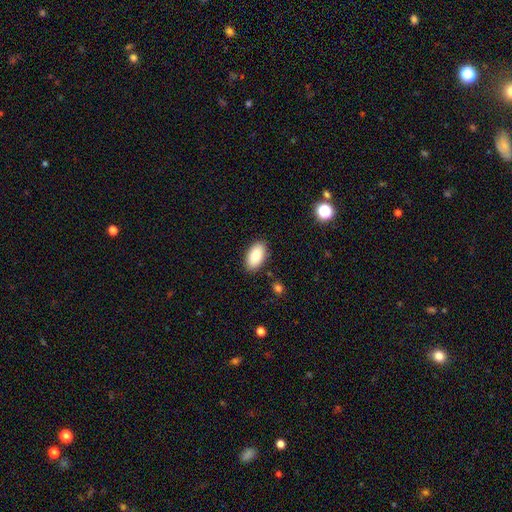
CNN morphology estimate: Smooth or featured: smooth — 89% (star or artifact — 7%)
How rounded: in between — 95% (round — 3%)
Merging: none — 86% (minor disturbance — 10%)